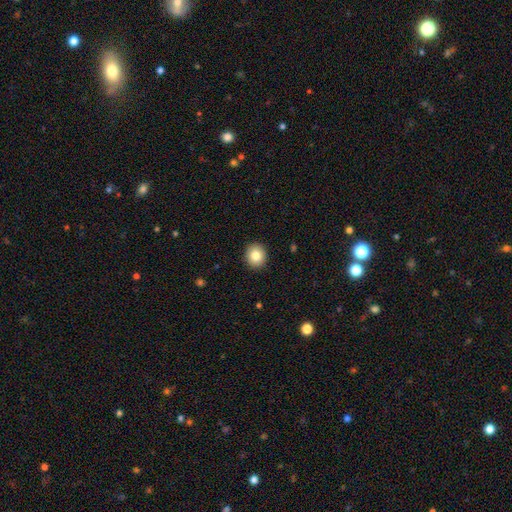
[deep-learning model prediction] smooth 83%, star or artifact 9%, featured or disk 8%. Down the decision tree: how rounded — round (84%); merging — none (92%).